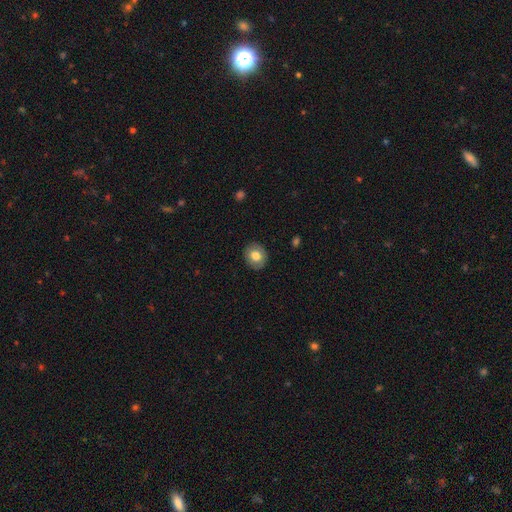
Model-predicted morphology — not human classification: A smooth galaxy with no disk features (77%) that is round (68%). Merging: none (89%).